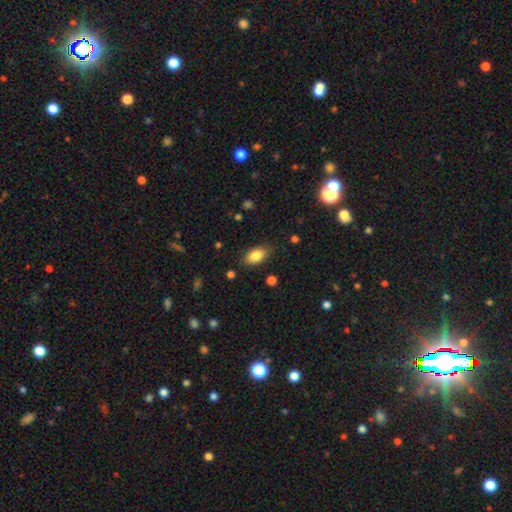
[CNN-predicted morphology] Smooth or featured? smooth (84%)
How rounded? in between (91%)
Merging? none (82%)